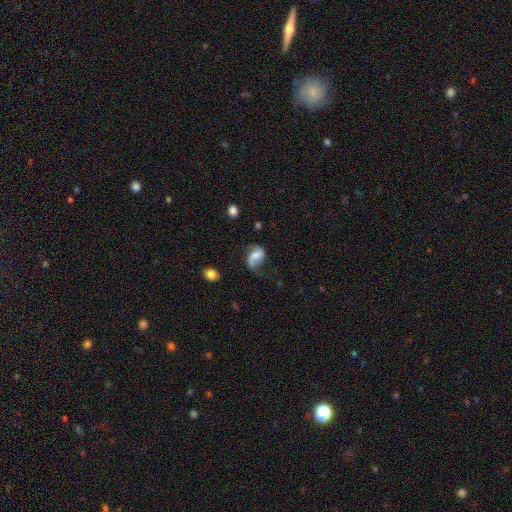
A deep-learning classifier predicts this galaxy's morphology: smooth_or_featured: featured or disk (p=0.61) [alt: smooth p=0.31]
disk_edge_on: no (p=0.97) [alt: yes p=0.03]
bar: no (p=0.47) [alt: weak p=0.39]
has_spiral_arms: yes (p=0.90) [alt: no p=0.10]
spiral_winding: loose (p=0.66) [alt: medium p=0.26]
spiral_arm_count: 2 (p=0.69) [alt: 1 p=0.24]
bulge_size: moderate (p=0.40) [alt: small p=0.30]
merging: none (p=0.47) [alt: minor disturbance p=0.28]